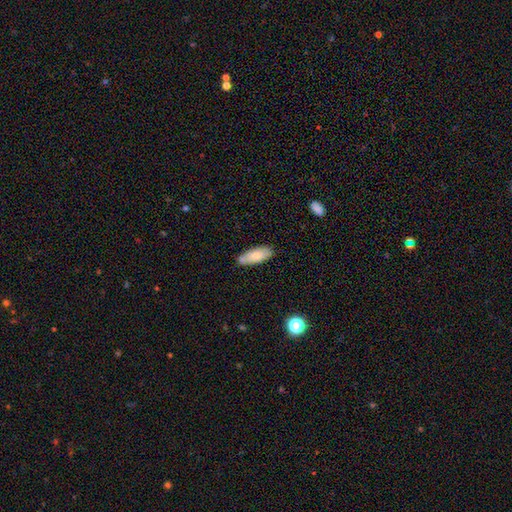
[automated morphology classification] Smooth or featured?
  - smooth: 75% *
  - featured or disk: 18%
  - star or artifact: 7%
How rounded?
  - in between: 73% *
  - cigar-shaped: 25%
  - round: 2%
Merging?
  - none: 65% *
  - minor disturbance: 19%
  - merger: 13%
  - major disturbance: 3%